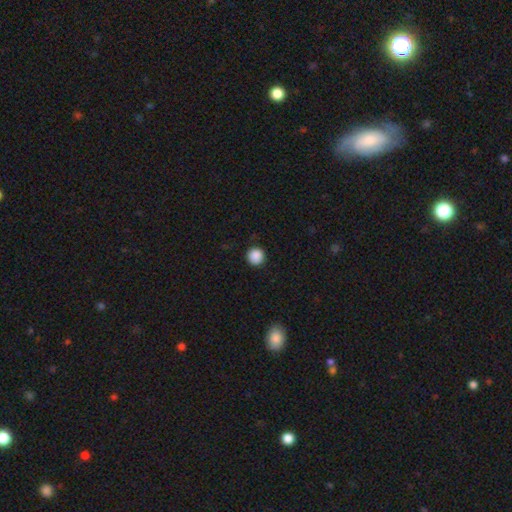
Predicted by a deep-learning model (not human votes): Smooth or featured? smooth (89%)
How rounded? round (95%)
Merging? none (91%)